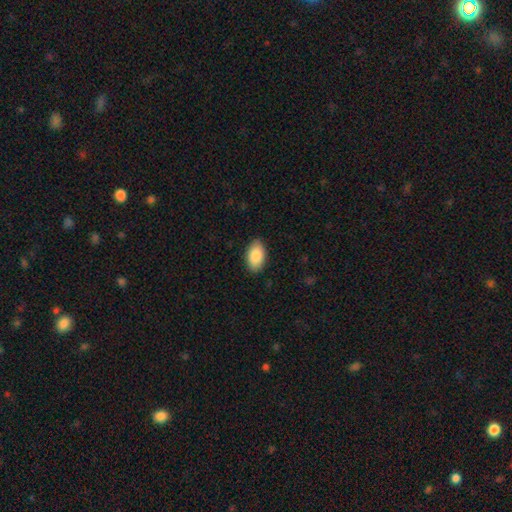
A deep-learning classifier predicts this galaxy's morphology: Smooth or featured: smooth — 88% (star or artifact — 6%)
How rounded: in between — 95% (round — 4%)
Merging: none — 87% (minor disturbance — 10%)